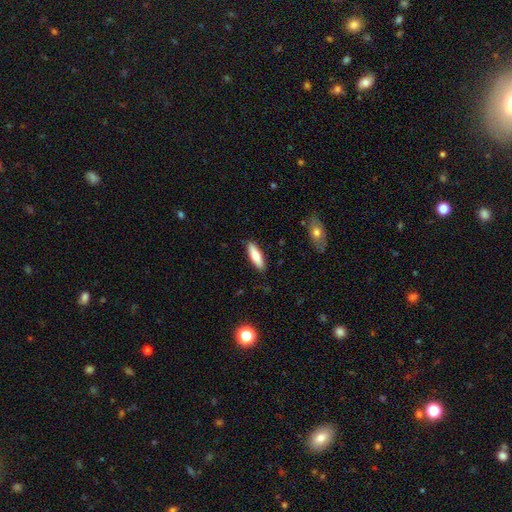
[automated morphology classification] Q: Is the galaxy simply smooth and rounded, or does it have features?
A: smooth — 74%.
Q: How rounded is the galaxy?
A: cigar-shaped — 53%.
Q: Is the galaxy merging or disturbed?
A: none — 88%.